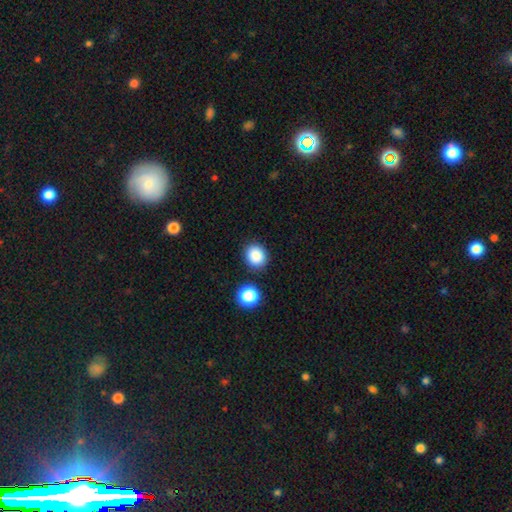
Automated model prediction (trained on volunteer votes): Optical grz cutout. It shows a smooth galaxy with no disk features (86%) that is round (69%). Merging: none (85%).